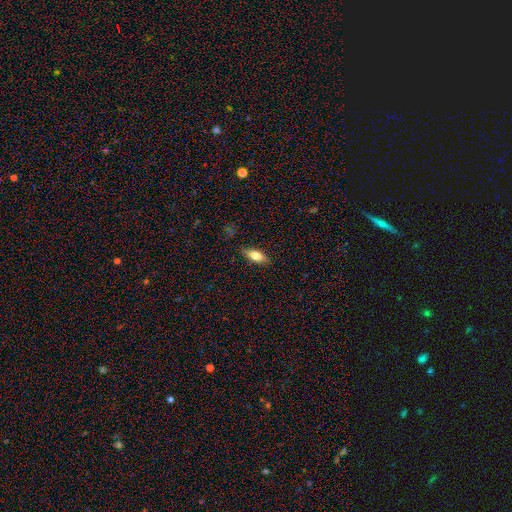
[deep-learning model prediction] Morphology: type=smooth (71%); roundness=in between (74%); merging=none (85%).